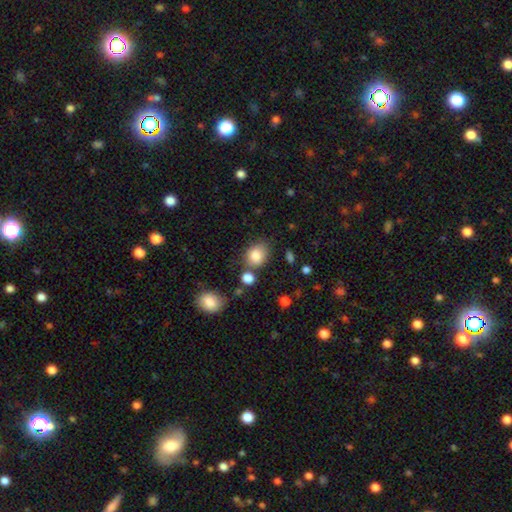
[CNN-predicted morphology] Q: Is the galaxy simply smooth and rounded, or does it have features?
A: smooth — 83%.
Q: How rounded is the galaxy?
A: in between — 51%.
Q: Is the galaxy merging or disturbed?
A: none — 69%.